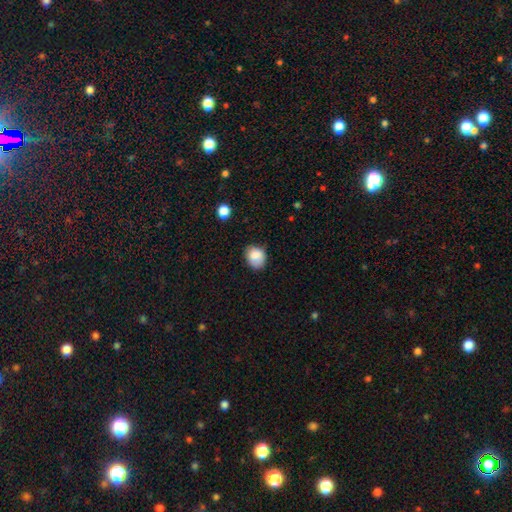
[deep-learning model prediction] A smooth galaxy with no disk features (84%) that is round (54%). Merging: none (67%).